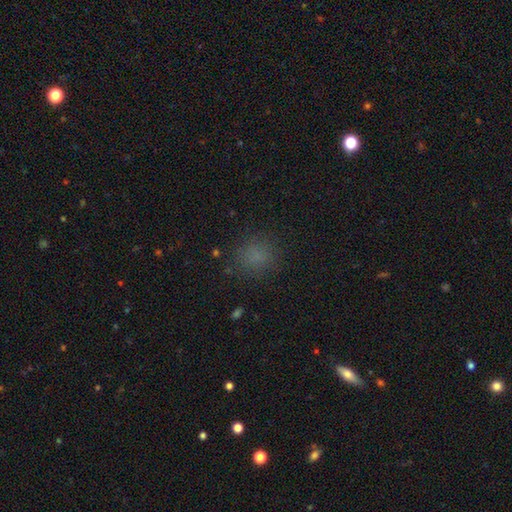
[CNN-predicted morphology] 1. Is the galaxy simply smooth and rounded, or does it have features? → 75% smooth, 19% star or artifact, 5% featured or disk.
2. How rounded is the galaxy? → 81% round, 18% in between, 1% cigar-shaped.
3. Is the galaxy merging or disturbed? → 84% none, 10% minor disturbance, 4% major disturbance, 1% merger.